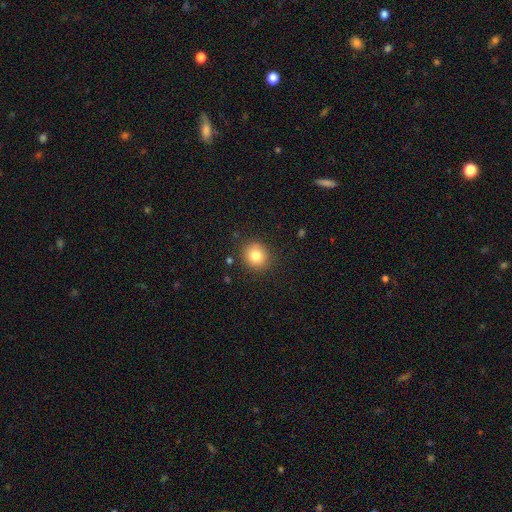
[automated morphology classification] smooth 82%, star or artifact 10%, featured or disk 8%. Down the decision tree: how rounded — round (84%); merging — none (88%).